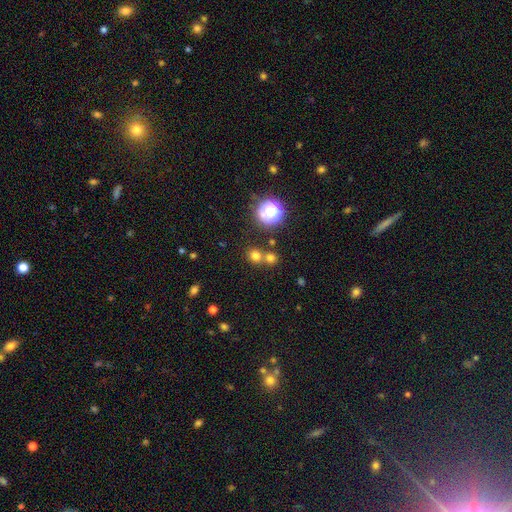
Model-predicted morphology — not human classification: Q: Smooth or featured?
A: smooth (68%); runner-up: star or artifact (25%)
Q: How rounded?
A: round (85%); runner-up: in between (14%)
Q: Merging?
A: none (60%); runner-up: merger (31%)